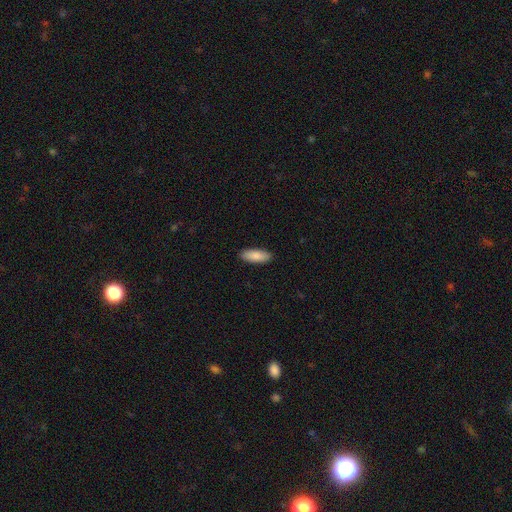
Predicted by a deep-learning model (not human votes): This is clearly a smooth galaxy (89%). How rounded: likely in between (69%). Merging: clearly none (90%).